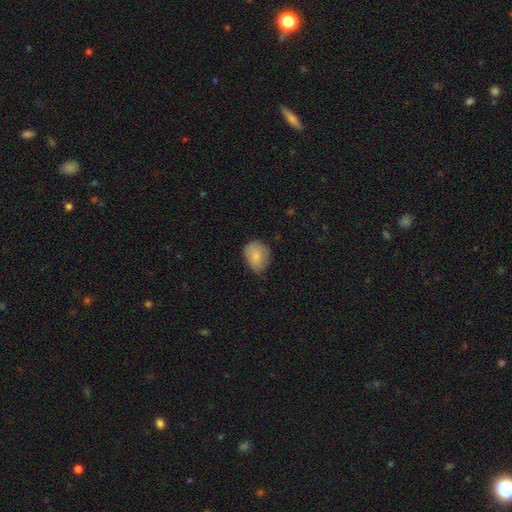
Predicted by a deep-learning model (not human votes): Smooth or featured? smooth (80%)
How rounded? in between (54%)
Merging? none (60%)